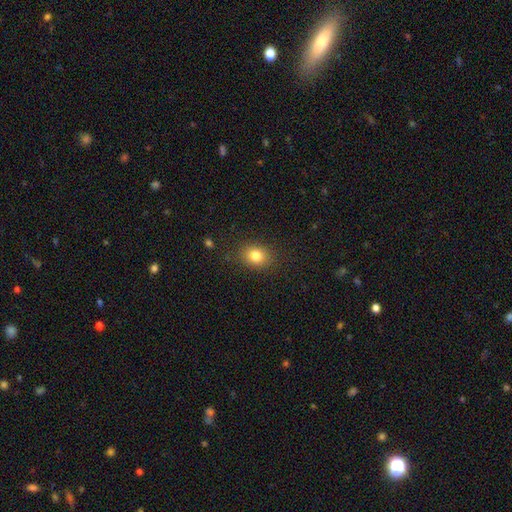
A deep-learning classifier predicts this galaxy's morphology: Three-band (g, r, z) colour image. It shows a smooth galaxy with no disk features (82%) that is round (51%). Merging: none (85%).